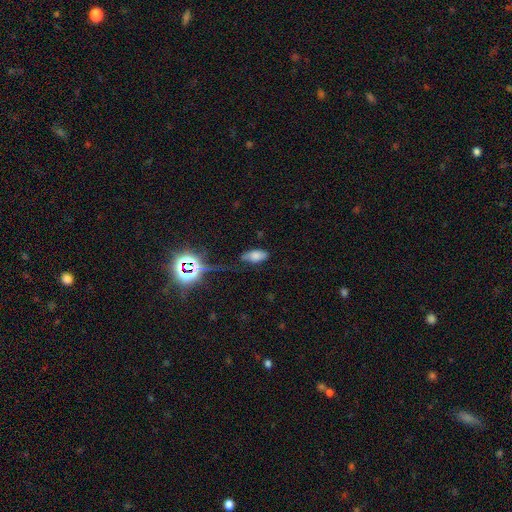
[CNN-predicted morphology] smooth 67%, star or artifact 18%, featured or disk 15%. Down the decision tree: how rounded — in between (89%); merging — none (55%).